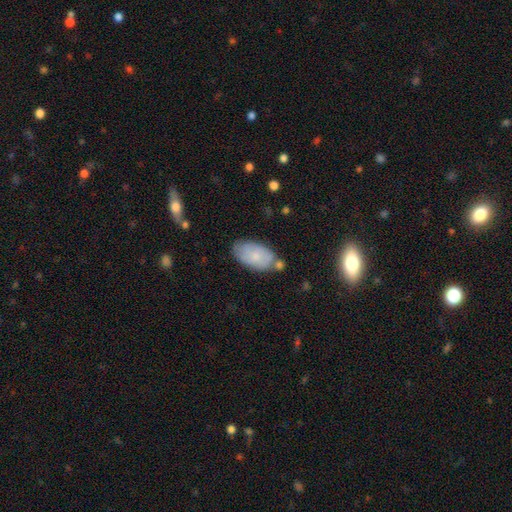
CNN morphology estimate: Q: Smooth or featured?
A: smooth (70%); runner-up: featured or disk (23%)
Q: How rounded?
A: in between (94%); runner-up: round (4%)
Q: Merging?
A: none (63%); runner-up: minor disturbance (21%)